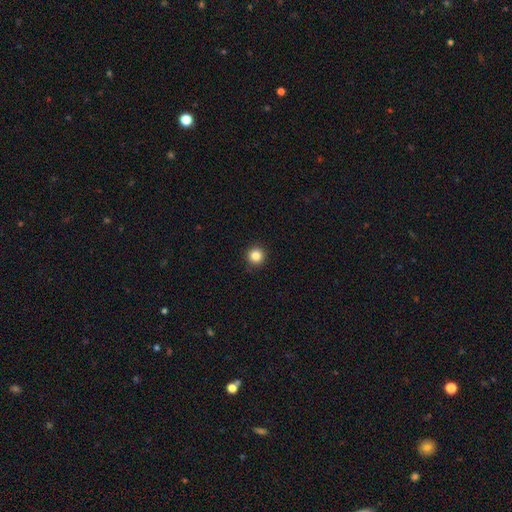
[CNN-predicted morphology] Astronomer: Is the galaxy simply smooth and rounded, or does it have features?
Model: smooth — 85%.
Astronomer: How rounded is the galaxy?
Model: round — 96%.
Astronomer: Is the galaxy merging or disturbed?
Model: none — 92%.